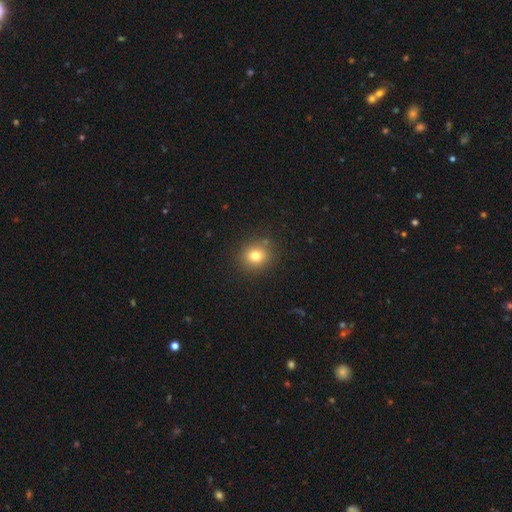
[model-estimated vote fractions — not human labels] A smooth galaxy with no disk features (79%) that is round (82%).

Vote fractions:
- Smooth or featured? smooth: 79% / star or artifact: 13% / featured or disk: 8%
- How rounded? round: 82% / in between: 17% / cigar-shaped: 1%
- Merging? none: 86% / minor disturbance: 9% / major disturbance: 3% / merger: 2%